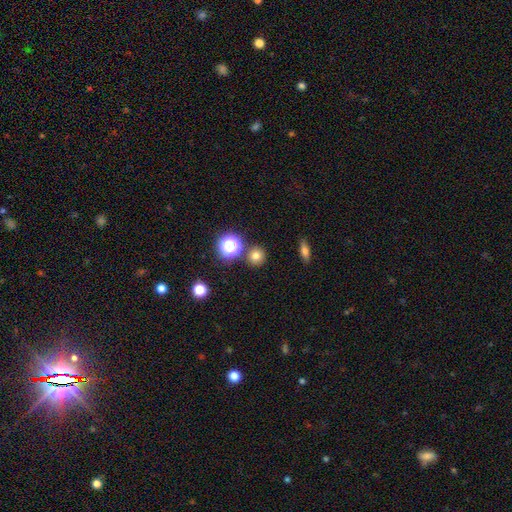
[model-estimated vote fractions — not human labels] Q: Smooth or featured?
A: smooth (73%); runner-up: star or artifact (19%)
Q: How rounded?
A: round (91%); runner-up: in between (8%)
Q: Merging?
A: none (84%); runner-up: merger (7%)